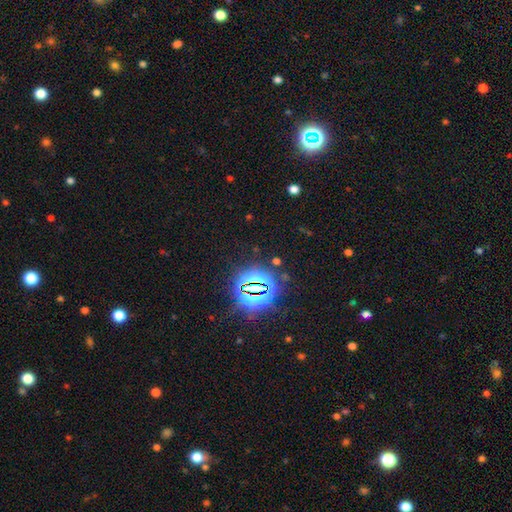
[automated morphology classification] smooth_or_featured: star or artifact (p=0.83) [alt: smooth p=0.10]